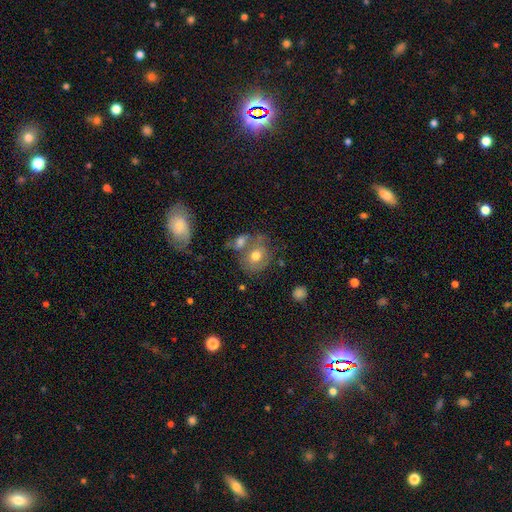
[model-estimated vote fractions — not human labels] Smooth or featured: smooth — 62% (featured or disk — 29%)
How rounded: round — 60% (in between — 39%)
Merging: none — 41% (merger — 37%)